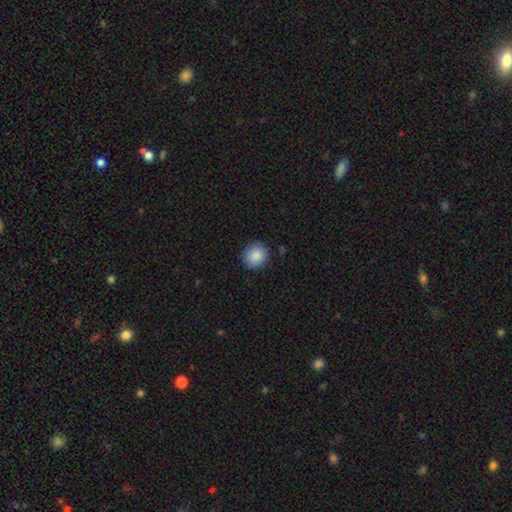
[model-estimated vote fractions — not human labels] smooth 88%, star or artifact 8%, featured or disk 4%. Down the decision tree: how rounded — round (84%); merging — none (88%).